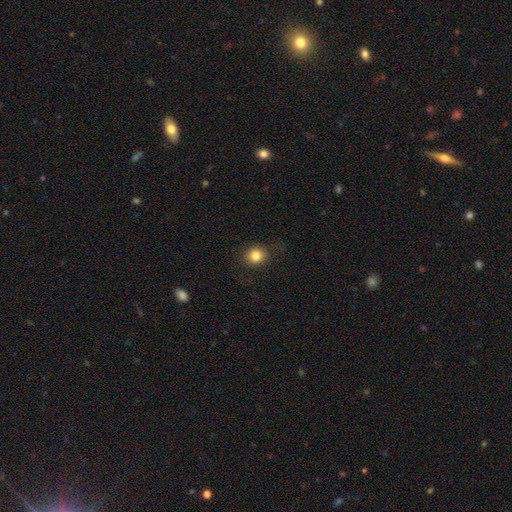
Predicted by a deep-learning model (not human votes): smooth_or_featured: smooth (p=0.82) [alt: star or artifact p=0.11]
how_rounded: round (p=0.76) [alt: in between p=0.23]
merging: none (p=0.84) [alt: minor disturbance p=0.11]